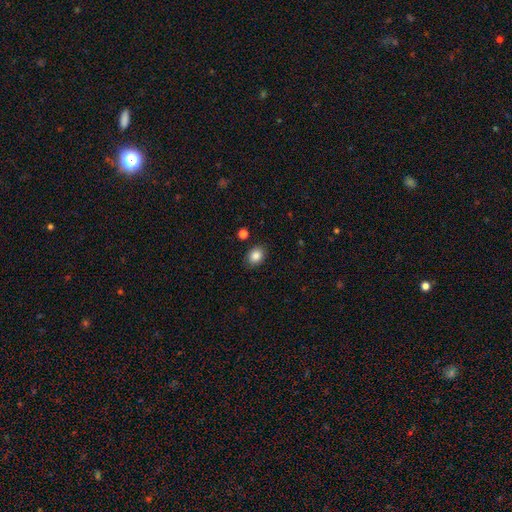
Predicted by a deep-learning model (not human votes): A smooth galaxy with no disk features (86%) that is in between round and cigar-shaped (56%). Merging: none (85%).